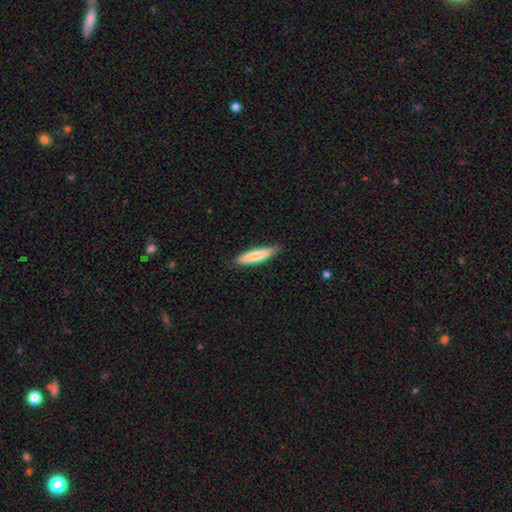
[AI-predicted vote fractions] This appears to be a smooth galaxy with no disk features (78%) that is cigar-shaped (84%). Merging: none (85%).